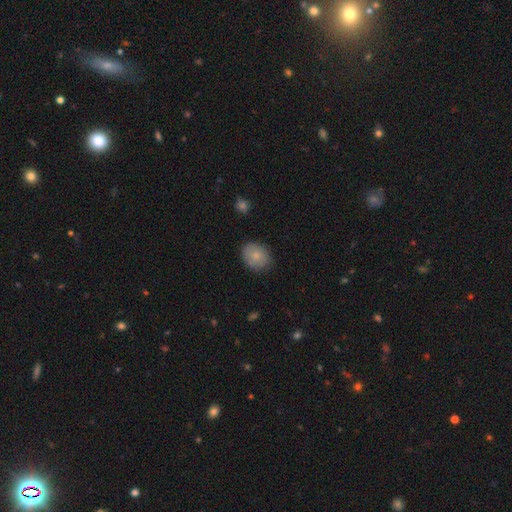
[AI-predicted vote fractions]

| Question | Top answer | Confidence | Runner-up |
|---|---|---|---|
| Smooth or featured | smooth | 79% | featured or disk (13%) |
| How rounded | round | 55% | in between (44%) |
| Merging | none | 80% | minor disturbance (16%) |